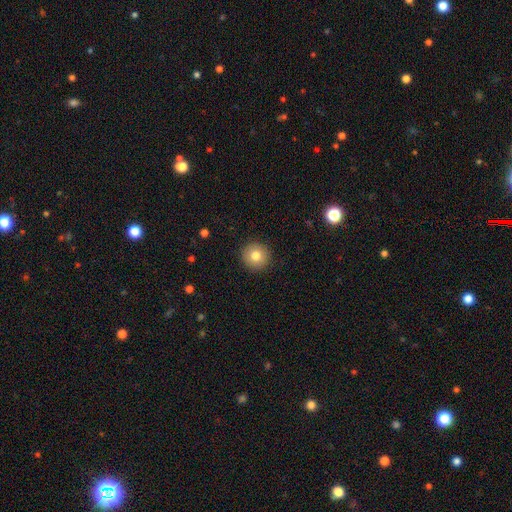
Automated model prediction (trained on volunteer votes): Q: Smooth or featured?
A: smooth (79%); runner-up: featured or disk (11%)
Q: How rounded?
A: round (95%); runner-up: in between (4%)
Q: Merging?
A: none (92%); runner-up: minor disturbance (5%)